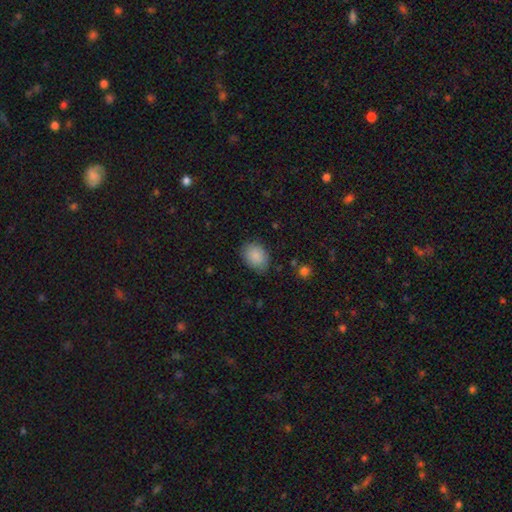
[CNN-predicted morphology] Smooth or featured? smooth (88%)
How rounded? in between (63%)
Merging? none (78%)